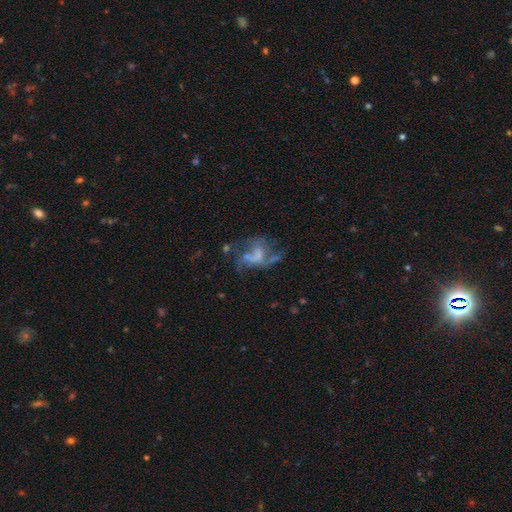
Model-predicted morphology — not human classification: smooth-or-featured: featured or disk: 59% | smooth: 24% | star or artifact: 16%
  disk-edge-on: no: 97% | yes: 3%
    bar: no: 67% | weak: 25% | strong: 8%
    has-spiral-arms: no: 55% | yes: 45%
    bulge-size: none: 59% | small: 20% | moderate: 14% | large: 5% | dominant: 2%
  merging: major disturbance: 41% | none: 30% | minor disturbance: 16% | merger: 13%